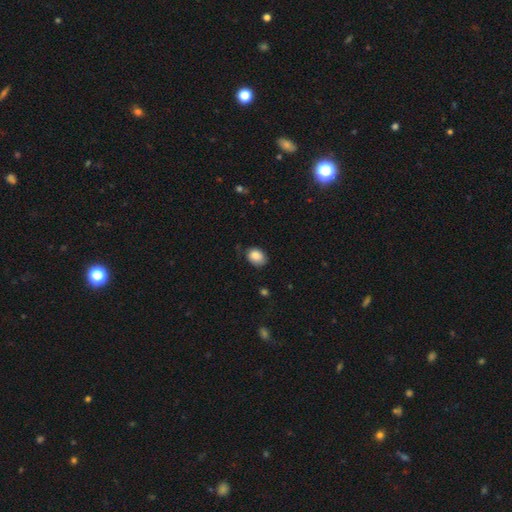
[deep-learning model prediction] This appears to be a smooth galaxy with no disk features (85%) that is in between round and cigar-shaped (74%). Merging: none (70%).